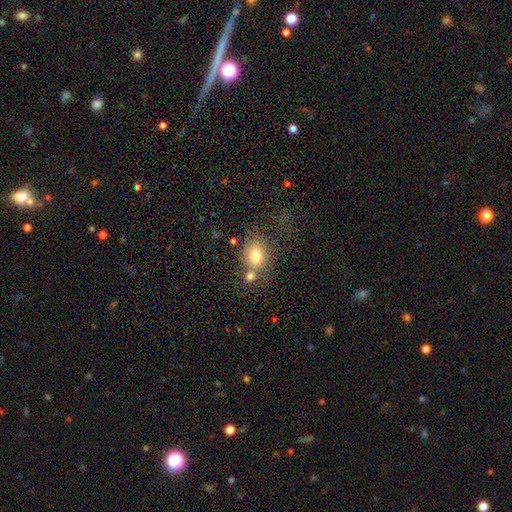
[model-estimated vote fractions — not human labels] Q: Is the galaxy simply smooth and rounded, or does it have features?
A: smooth — 76%.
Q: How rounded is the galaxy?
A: round — 60%.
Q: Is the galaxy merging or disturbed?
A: none — 51%.